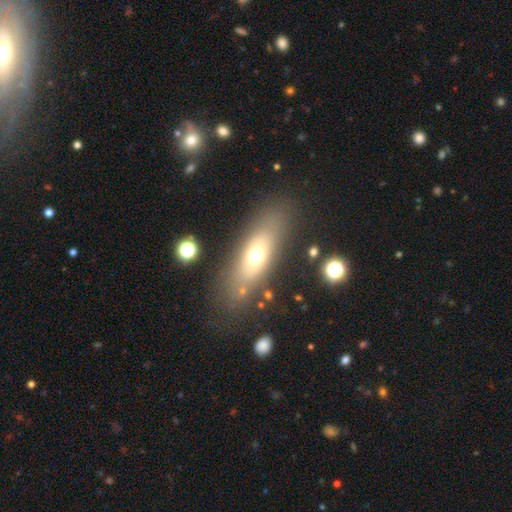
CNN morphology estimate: Q: Smooth or featured?
A: smooth (60%); runner-up: featured or disk (28%)
Q: How rounded?
A: in between (61%); runner-up: cigar-shaped (32%)
Q: Merging?
A: none (79%); runner-up: minor disturbance (12%)